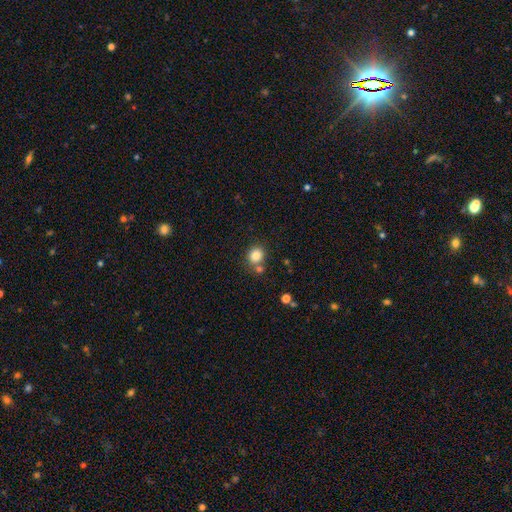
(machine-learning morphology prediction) Smooth or featured? smooth (84%)
How rounded? round (77%)
Merging? none (70%)